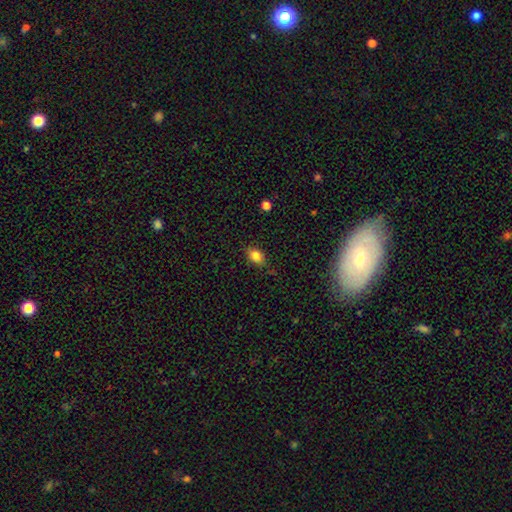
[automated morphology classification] smooth-or-featured: smooth: 82% | star or artifact: 10% | featured or disk: 8%
  how-rounded: in between: 73% | round: 25% | cigar-shaped: 2%
  merging: none: 78% | minor disturbance: 17% | major disturbance: 3% | merger: 1%